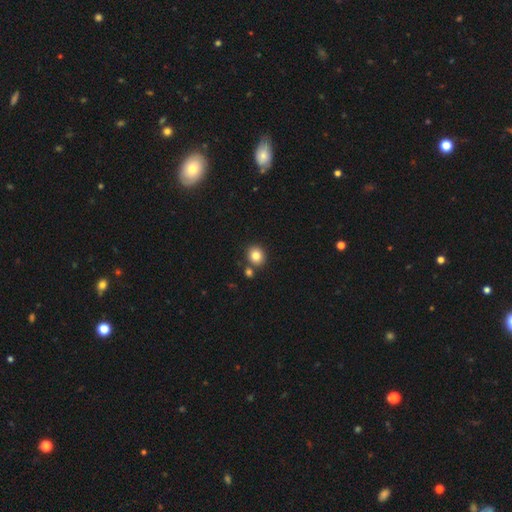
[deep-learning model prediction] Morphology: type=smooth (82%); roundness=round (76%); merging=none (78%).